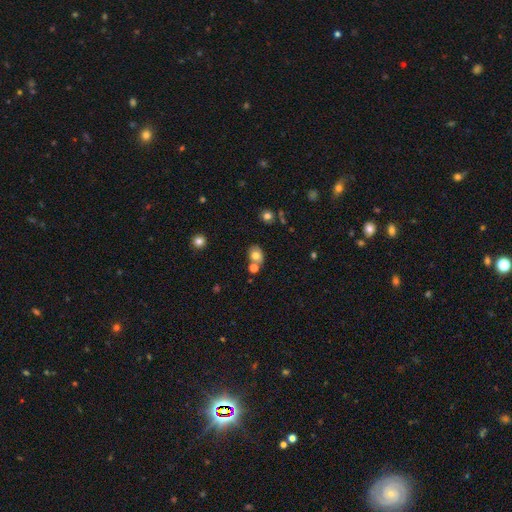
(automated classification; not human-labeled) A smooth galaxy with no disk features (72%) that is in between round and cigar-shaped (57%).

Vote fractions:
- Smooth or featured? smooth: 72% / featured or disk: 16% / star or artifact: 12%
- How rounded? in between: 57% / round: 42% / cigar-shaped: 1%
- Merging? none: 61% / merger: 23% / minor disturbance: 13% / major disturbance: 4%